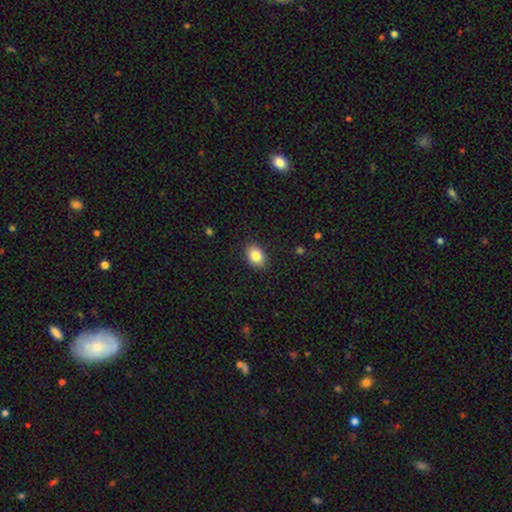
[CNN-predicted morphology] smooth_or_featured: smooth (p=0.84) [alt: star or artifact p=0.09]
how_rounded: in between (p=0.75) [alt: round p=0.24]
merging: none (p=0.88) [alt: minor disturbance p=0.09]